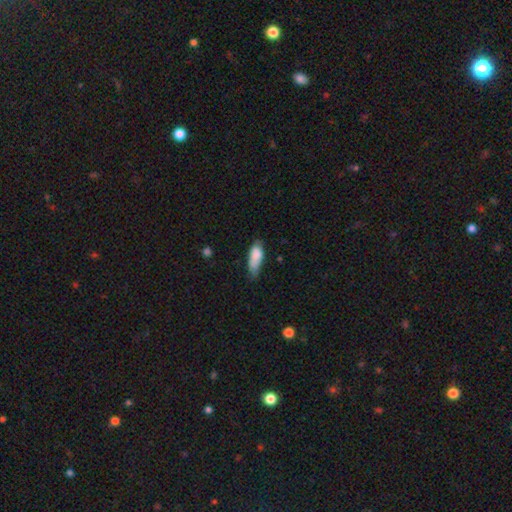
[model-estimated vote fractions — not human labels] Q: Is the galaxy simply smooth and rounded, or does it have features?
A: smooth — 82%.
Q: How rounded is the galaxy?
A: in between — 71%.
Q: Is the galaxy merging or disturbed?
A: none — 43%.